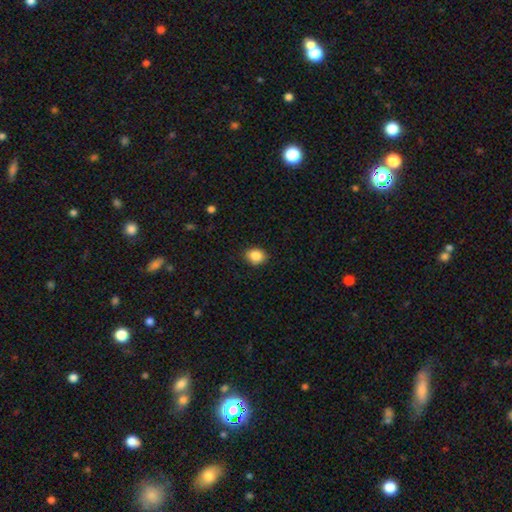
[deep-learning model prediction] smooth 86%, star or artifact 9%, featured or disk 5%. Down the decision tree: how rounded — in between (56%); merging — none (87%).